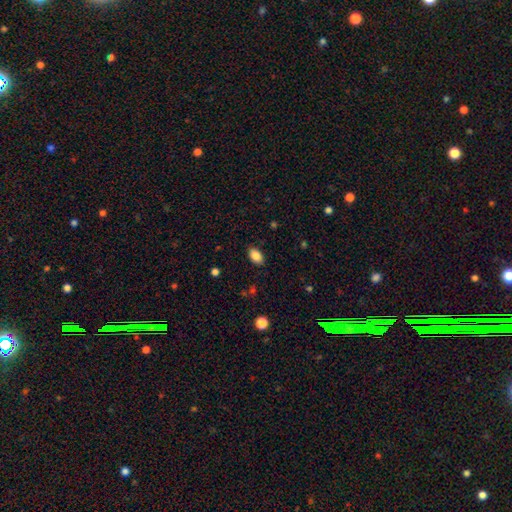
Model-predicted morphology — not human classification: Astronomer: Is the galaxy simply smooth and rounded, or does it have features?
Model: smooth — 87%.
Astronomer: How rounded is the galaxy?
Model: in between — 90%.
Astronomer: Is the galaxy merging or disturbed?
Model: none — 87%.